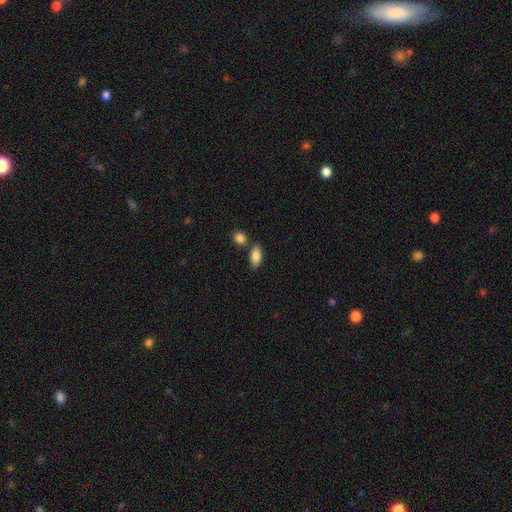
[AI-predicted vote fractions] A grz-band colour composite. It shows a smooth galaxy with no disk features (85%) that is in between round and cigar-shaped (86%). Merging: none (70%).